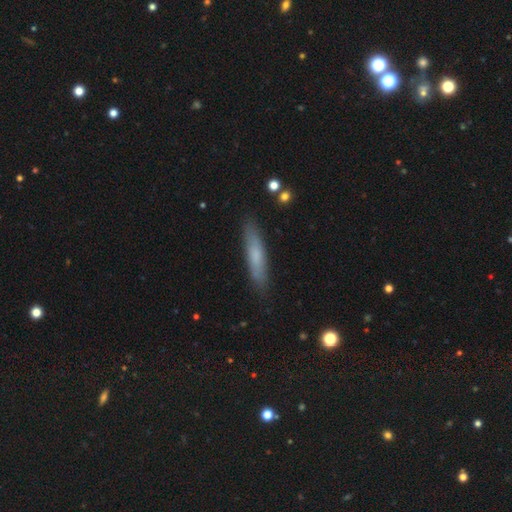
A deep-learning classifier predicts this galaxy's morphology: This appears to be a smooth galaxy with no disk features (67%) that is cigar-shaped (86%). Merging: none (86%).